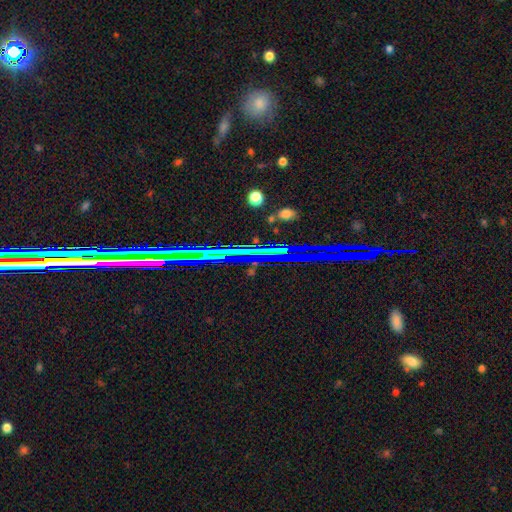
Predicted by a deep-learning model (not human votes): This is likely a star or artifact rather than a galaxy (71%).